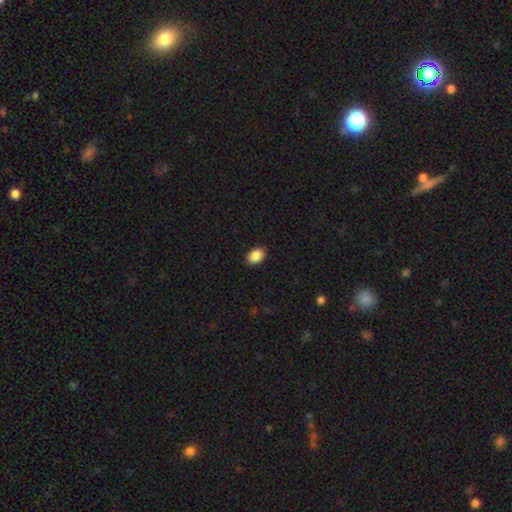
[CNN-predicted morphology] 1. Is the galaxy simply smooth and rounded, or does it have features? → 89% smooth, 8% star or artifact, 4% featured or disk.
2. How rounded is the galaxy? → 84% in between, 15% round, 1% cigar-shaped.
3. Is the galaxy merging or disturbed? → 90% none, 8% minor disturbance, 2% major disturbance, 1% merger.